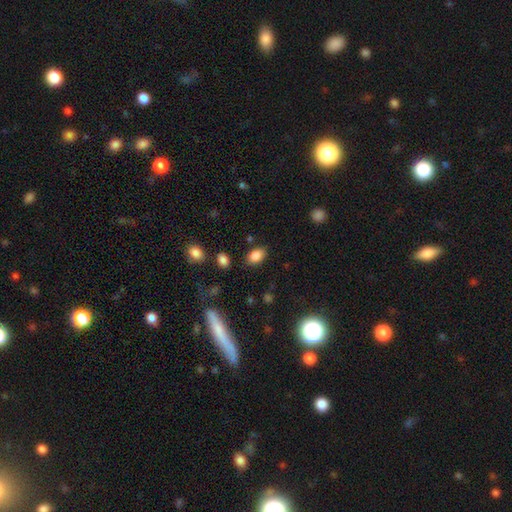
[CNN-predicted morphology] smooth-or-featured: smooth: 85% | star or artifact: 9% | featured or disk: 6%
  how-rounded: in between: 89% | round: 9% | cigar-shaped: 2%
  merging: none: 84% | minor disturbance: 11% | major disturbance: 3% | merger: 3%